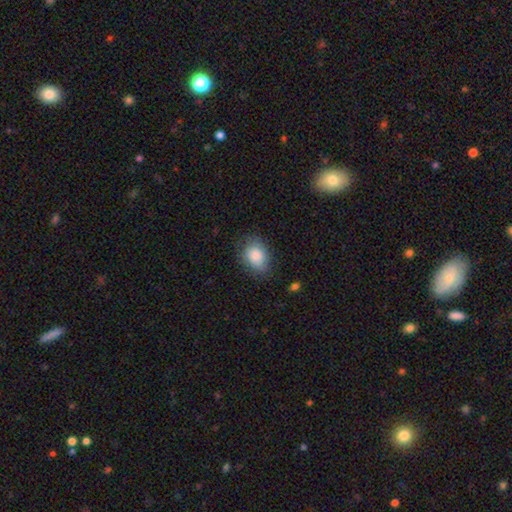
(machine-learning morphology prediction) The model was most divided on "how rounded": in between: 75%, round: 24%, cigar-shaped: 1%. More confident: smooth or featured — smooth (85%); merging — none (73%).